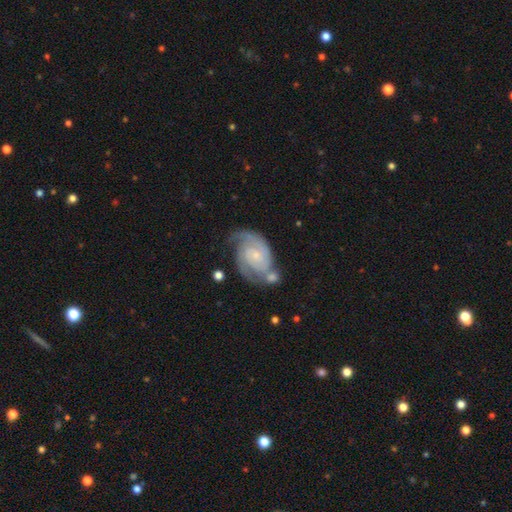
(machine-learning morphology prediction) This is clearly a featured or disk galaxy (85%). It is clearly not viewed edge-on (97%). Bar: likely no (63%). Spiral arm pattern: clearly yes (97%). Spiral arm count: likely 2 (75%). Spiral winding: possibly tight (46%). Central bulge: likely small (71%). Merging: possibly none (52%).